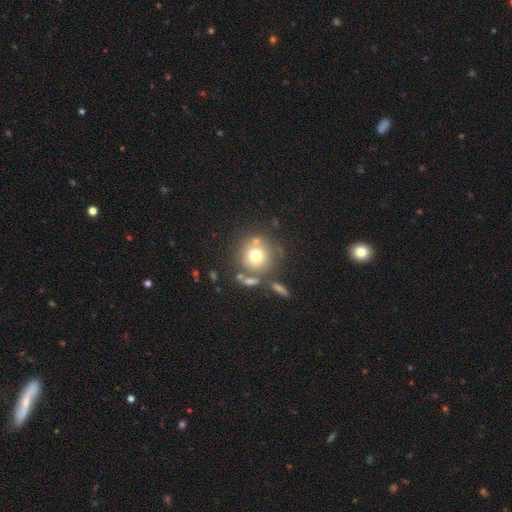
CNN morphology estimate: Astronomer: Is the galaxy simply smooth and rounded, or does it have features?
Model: smooth — 70%.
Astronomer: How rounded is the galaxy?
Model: round — 91%.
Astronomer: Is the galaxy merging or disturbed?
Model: none — 69%.